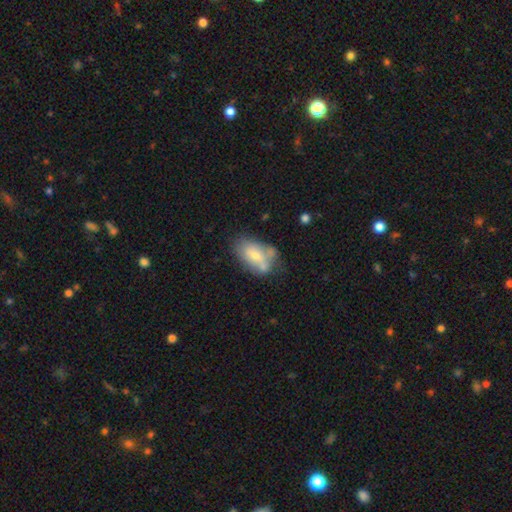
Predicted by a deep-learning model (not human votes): Morphology: type=smooth (61%); roundness=in between (90%); merging=none (43%).